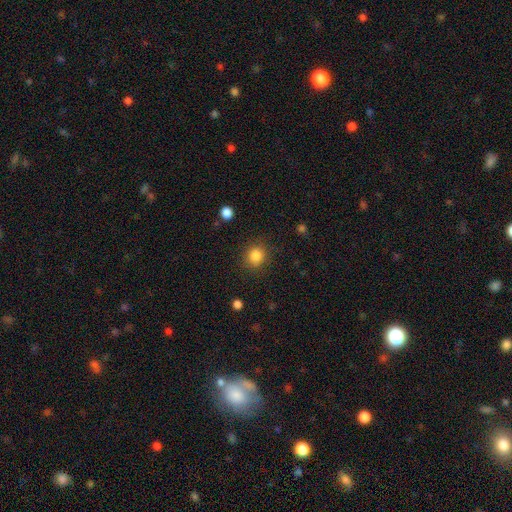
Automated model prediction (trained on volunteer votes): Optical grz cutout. It shows a smooth galaxy with no disk features (85%) that is round (89%). Merging: none (88%).